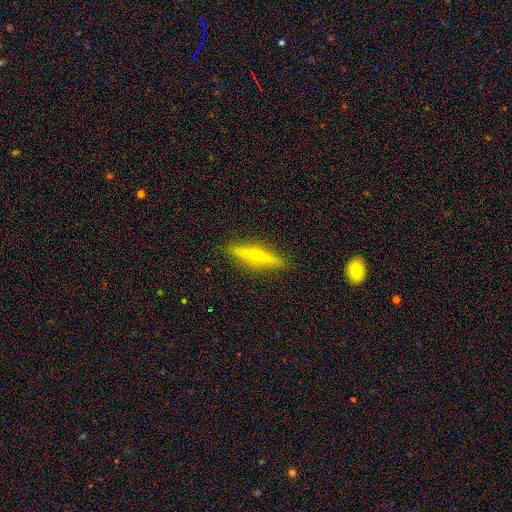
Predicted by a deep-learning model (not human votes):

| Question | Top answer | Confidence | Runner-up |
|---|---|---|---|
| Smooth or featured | featured or disk | 65% | smooth (28%) |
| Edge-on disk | yes | 95% | no (5%) |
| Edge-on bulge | rounded | 89% | none (9%) |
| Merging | none | 89% | minor disturbance (8%) |